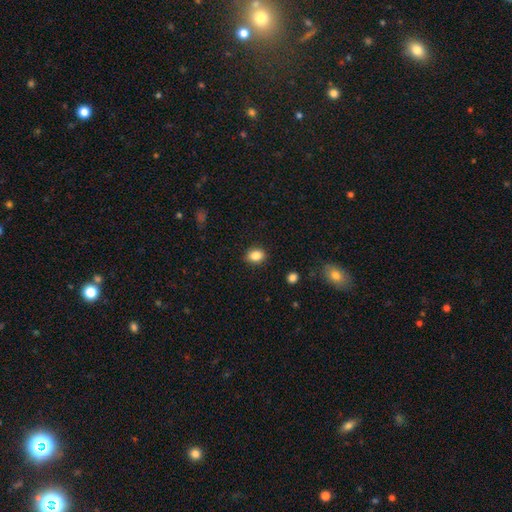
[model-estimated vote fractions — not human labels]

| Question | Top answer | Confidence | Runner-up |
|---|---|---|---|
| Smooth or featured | smooth | 86% | star or artifact (9%) |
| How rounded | in between | 61% | round (38%) |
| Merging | none | 88% | minor disturbance (8%) |